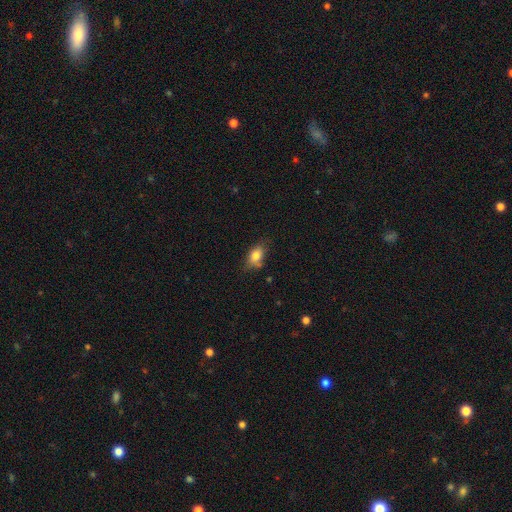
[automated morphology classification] A smooth galaxy with no disk features (80%) that is in between round and cigar-shaped (81%). Merging: none (63%).